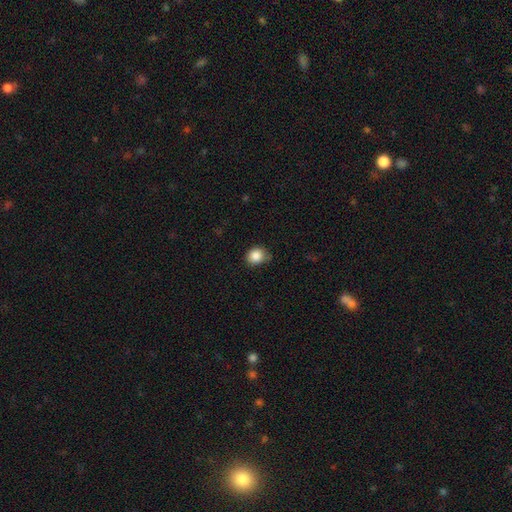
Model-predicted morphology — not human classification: Smooth or featured? Predicted: smooth (p=0.86). How rounded? Predicted: round (p=0.68). Merging? Predicted: none (p=0.67).